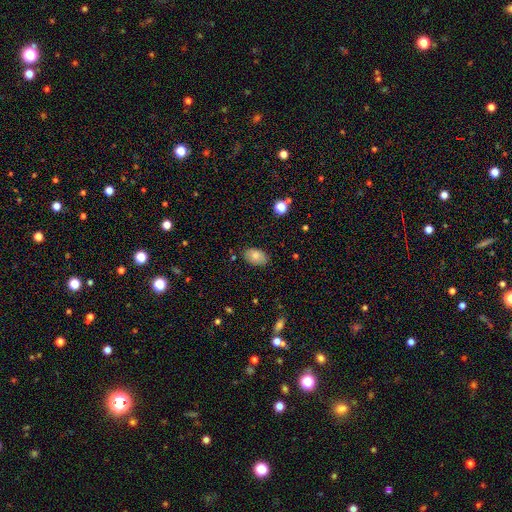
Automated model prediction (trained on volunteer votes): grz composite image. It shows a smooth galaxy with no disk features (77%) that is in between round and cigar-shaped (88%). Merging: none (83%).